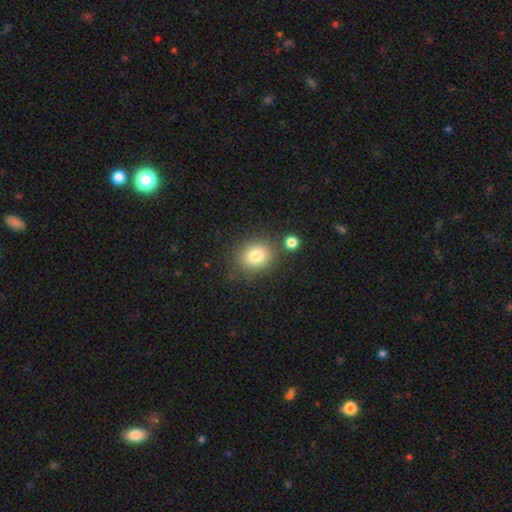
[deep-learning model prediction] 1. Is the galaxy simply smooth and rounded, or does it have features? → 80% smooth, 11% star or artifact, 10% featured or disk.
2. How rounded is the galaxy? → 69% round, 30% in between, 1% cigar-shaped.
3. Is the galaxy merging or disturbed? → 75% none, 11% minor disturbance, 10% merger, 4% major disturbance.